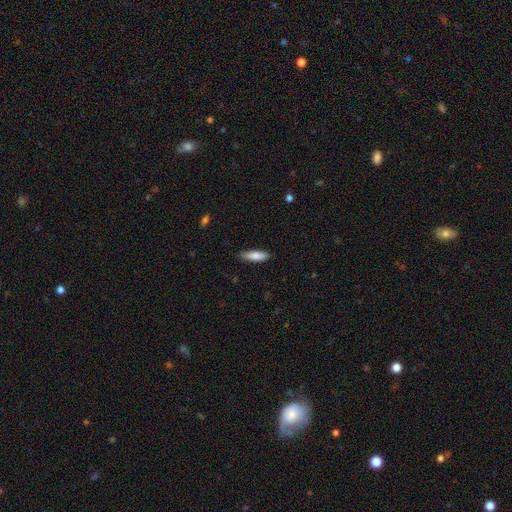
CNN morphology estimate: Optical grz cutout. It shows a smooth galaxy with no disk features (80%) that is cigar-shaped (58%). Merging: none (85%).